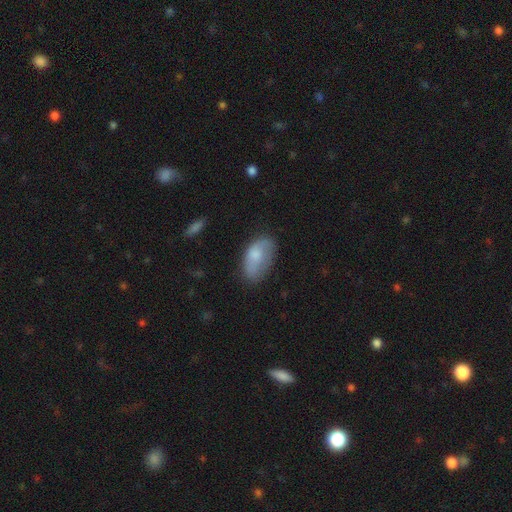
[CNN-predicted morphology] Smooth or featured?
  - smooth: 71% *
  - featured or disk: 22%
  - star or artifact: 7%
How rounded?
  - in between: 93% *
  - round: 4%
  - cigar-shaped: 2%
Merging?
  - none: 54% *
  - minor disturbance: 31%
  - major disturbance: 13%
  - merger: 2%